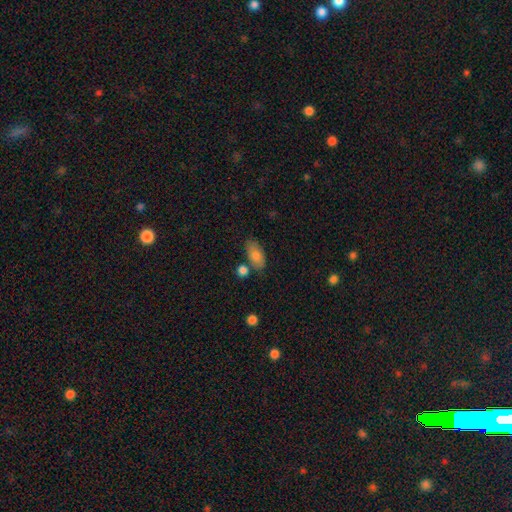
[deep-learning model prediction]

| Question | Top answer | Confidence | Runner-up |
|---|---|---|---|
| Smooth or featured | smooth | 80% | featured or disk (13%) |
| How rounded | in between | 90% | cigar-shaped (5%) |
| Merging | none | 69% | minor disturbance (15%) |